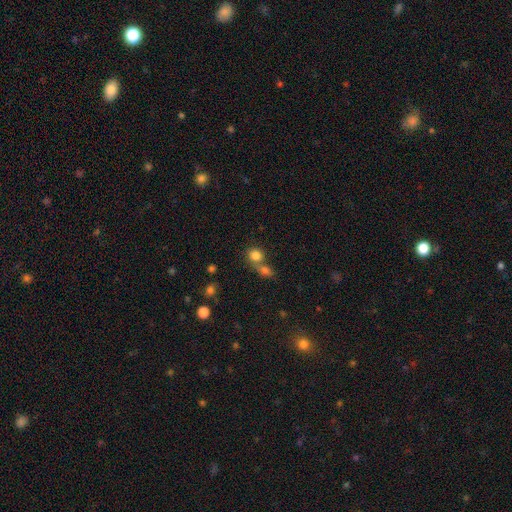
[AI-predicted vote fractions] smooth_or_featured: smooth (p=0.80) [alt: star or artifact p=0.12]
how_rounded: round (p=0.79) [alt: in between p=0.20]
merging: merger (p=0.48) [alt: none p=0.41]